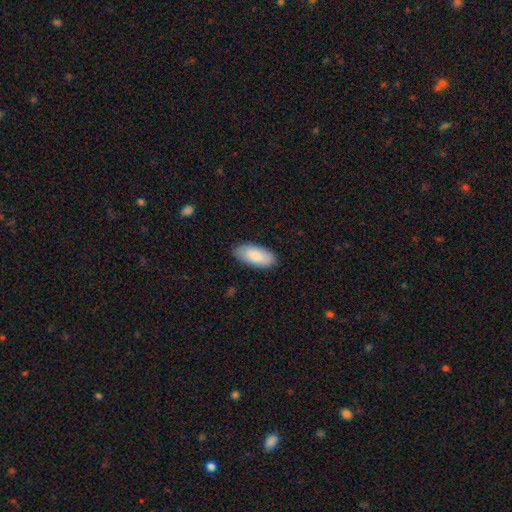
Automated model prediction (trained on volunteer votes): A smooth galaxy with no disk features (84%) that is in between round and cigar-shaped (91%). Merging: none (86%).